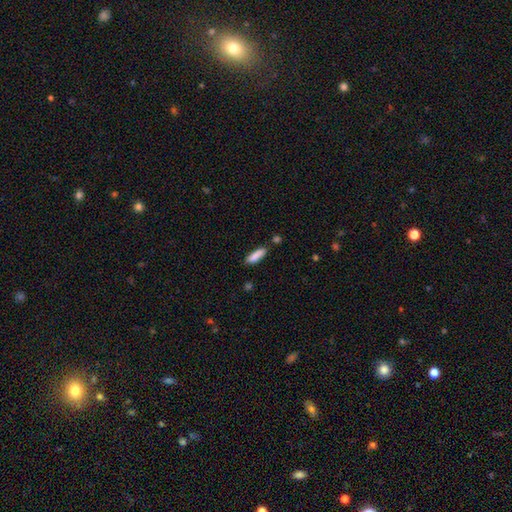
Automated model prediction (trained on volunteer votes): Q: Smooth or featured?
A: smooth (86%); runner-up: featured or disk (7%)
Q: How rounded?
A: cigar-shaped (62%); runner-up: in between (37%)
Q: Merging?
A: none (76%); runner-up: minor disturbance (15%)